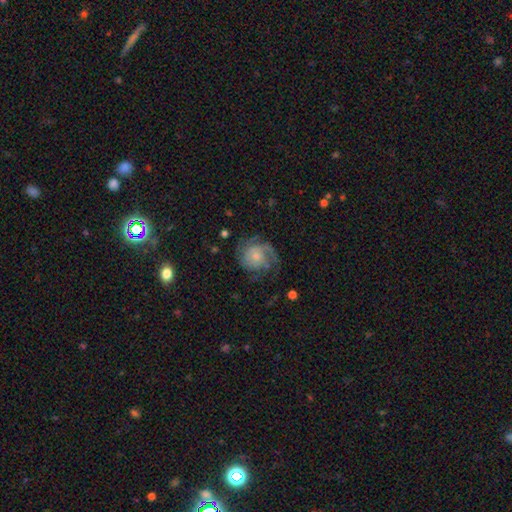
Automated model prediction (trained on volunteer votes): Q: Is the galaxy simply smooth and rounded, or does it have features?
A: featured or disk — 69%.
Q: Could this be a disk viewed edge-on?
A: no — 98%.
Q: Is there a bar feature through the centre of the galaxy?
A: no — 78%.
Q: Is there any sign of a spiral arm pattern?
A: yes — 90%.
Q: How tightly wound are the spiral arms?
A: tight — 40%, tied with medium.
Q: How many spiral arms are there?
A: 2 — 33%.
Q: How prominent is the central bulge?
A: small — 63%.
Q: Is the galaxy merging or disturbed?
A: none — 60%.